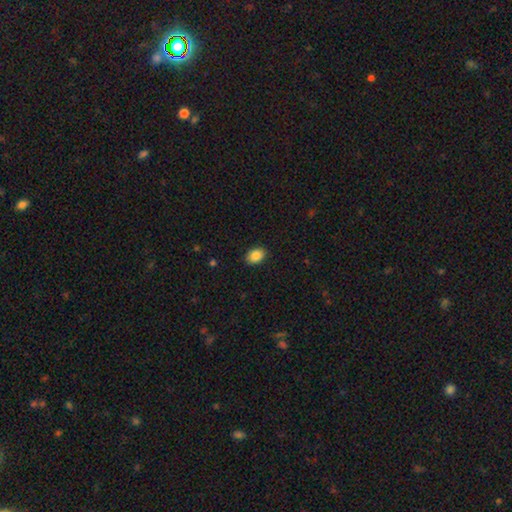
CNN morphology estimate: smooth-or-featured: smooth: 86% | star or artifact: 8% | featured or disk: 5%
  how-rounded: in between: 77% | round: 22% | cigar-shaped: 1%
  merging: none: 89% | minor disturbance: 8% | major disturbance: 2% | merger: 1%